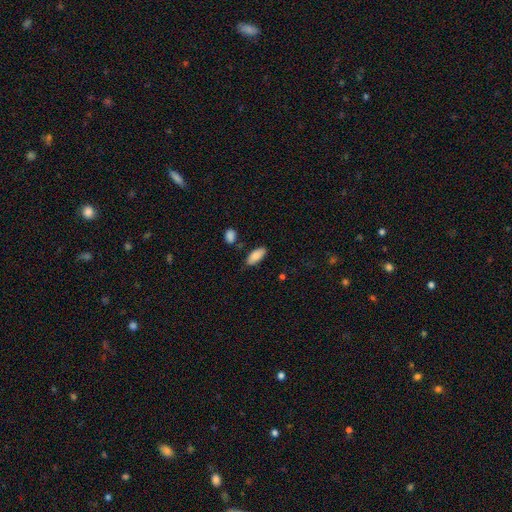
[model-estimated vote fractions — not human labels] Smooth or featured: smooth — 86% (featured or disk — 8%)
How rounded: in between — 88% (cigar-shaped — 10%)
Merging: none — 80% (minor disturbance — 13%)